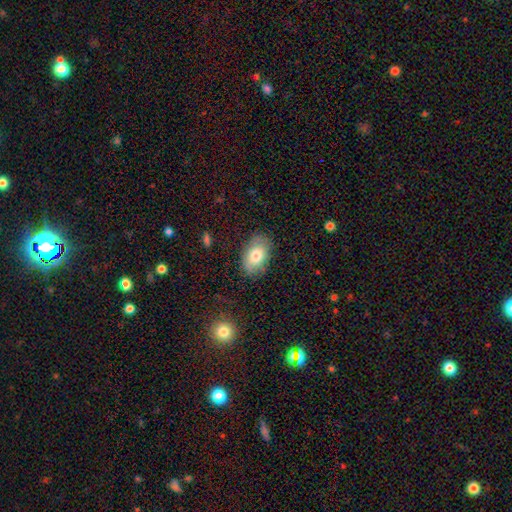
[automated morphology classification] smooth_or_featured: smooth (p=0.74) [alt: featured or disk p=0.18]
how_rounded: in between (p=0.89) [alt: round p=0.10]
merging: none (p=0.79) [alt: minor disturbance p=0.15]